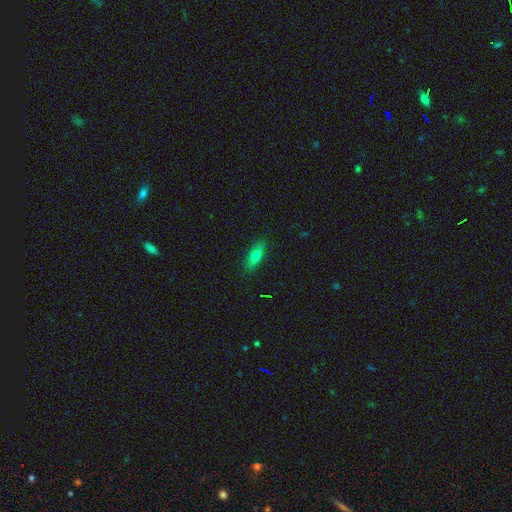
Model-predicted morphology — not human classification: A smooth galaxy with no disk features (72%) that is in between round and cigar-shaped (64%).

Vote fractions:
- Smooth or featured? smooth: 72% / featured or disk: 19% / star or artifact: 9%
- How rounded? in between: 64% / cigar-shaped: 32% / round: 3%
- Merging? none: 87% / minor disturbance: 10% / major disturbance: 2% / merger: 1%